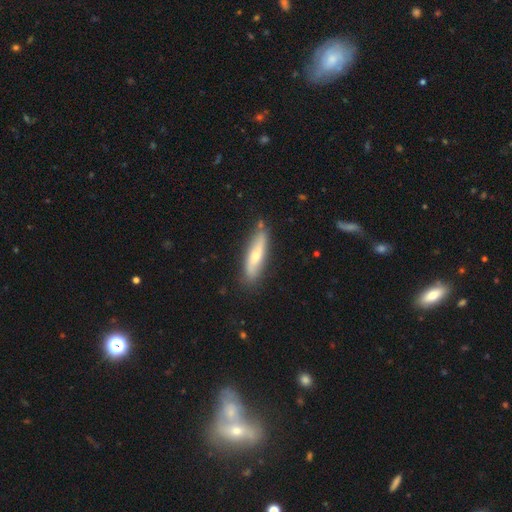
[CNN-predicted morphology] A smooth galaxy with no disk features (59%) that is cigar-shaped (76%).

Vote fractions:
- Smooth or featured? smooth: 59% / featured or disk: 35% / star or artifact: 6%
- How rounded? cigar-shaped: 76% / in between: 22% / round: 2%
- Merging? none: 80% / minor disturbance: 14% / merger: 3% / major disturbance: 3%